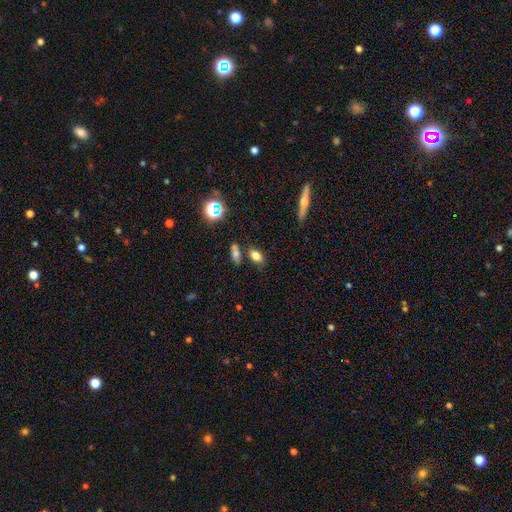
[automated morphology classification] Q: Smooth or featured?
A: smooth (77%); runner-up: star or artifact (14%)
Q: How rounded?
A: in between (78%); runner-up: round (18%)
Q: Merging?
A: none (71%); runner-up: minor disturbance (13%)